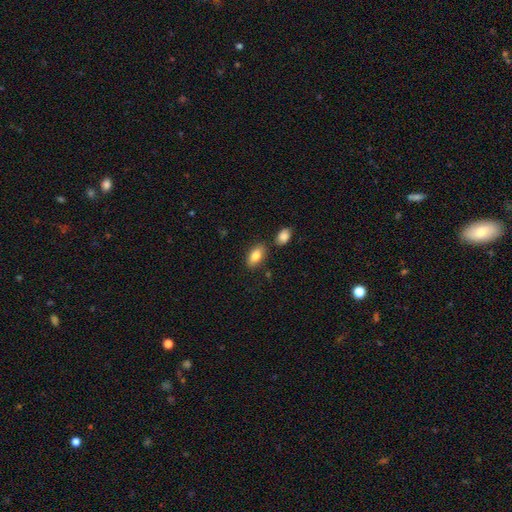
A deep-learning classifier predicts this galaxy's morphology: A smooth galaxy with no disk features (84%) that is in between round and cigar-shaped (91%).

Vote fractions:
- Smooth or featured? smooth: 84% / featured or disk: 9% / star or artifact: 7%
- How rounded? in between: 91% / round: 4% / cigar-shaped: 4%
- Merging? none: 79% / minor disturbance: 11% / merger: 7% / major disturbance: 3%